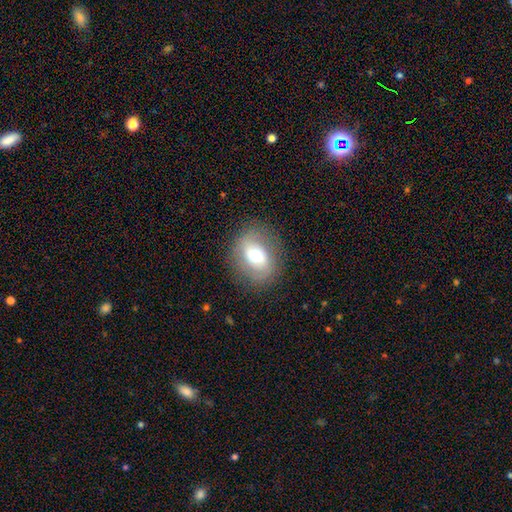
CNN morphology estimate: A smooth galaxy with no disk features (51%) that is round (52%).

Vote fractions:
- Smooth or featured? smooth: 51% / featured or disk: 39% / star or artifact: 10%
- How rounded? round: 52% / in between: 47% / cigar-shaped: 1%
- Merging? none: 82% / minor disturbance: 11% / major disturbance: 5% / merger: 1%